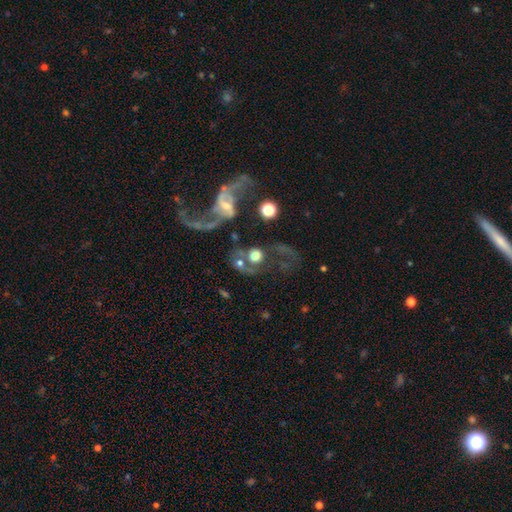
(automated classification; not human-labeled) Smooth or featured: smooth — 46% (featured or disk — 43%)
Merging: merger — 35% (none — 27%)